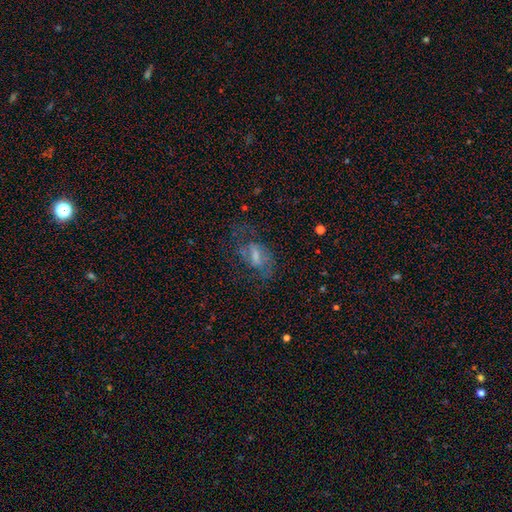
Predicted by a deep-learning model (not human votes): Smooth or featured? featured or disk (52%)
Edge-on disk? no (91%)
Merging? none (52%)